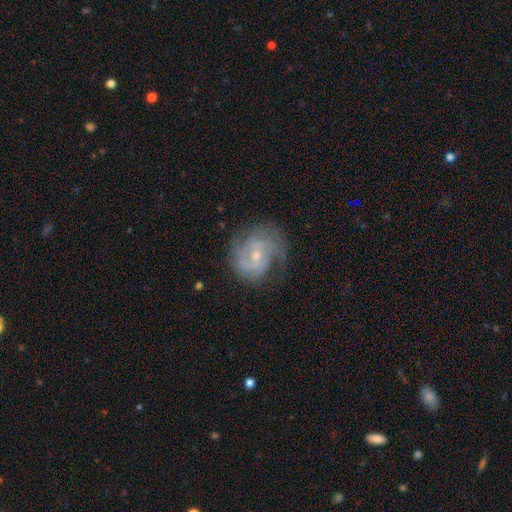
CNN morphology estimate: Smooth or featured: featured or disk — 77% (smooth — 16%)
Edge-on disk: no — 97% (yes — 3%)
Bar: no — 46% (weak — 44%)
Spiral arms: yes — 90% (no — 10%)
Spiral winding: medium — 42% (tight — 40%)
Spiral arm count: 2 — 49% (can't tell — 27%)
Bulge size: small — 66% (moderate — 30%)
Merging: none — 61% (minor disturbance — 23%)